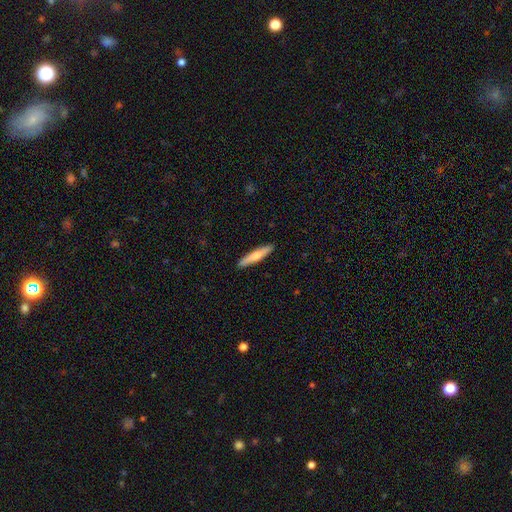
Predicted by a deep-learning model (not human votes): Q: Smooth or featured?
A: smooth (64%); runner-up: featured or disk (31%)
Q: How rounded?
A: cigar-shaped (91%); runner-up: in between (8%)
Q: Merging?
A: none (91%); runner-up: minor disturbance (7%)